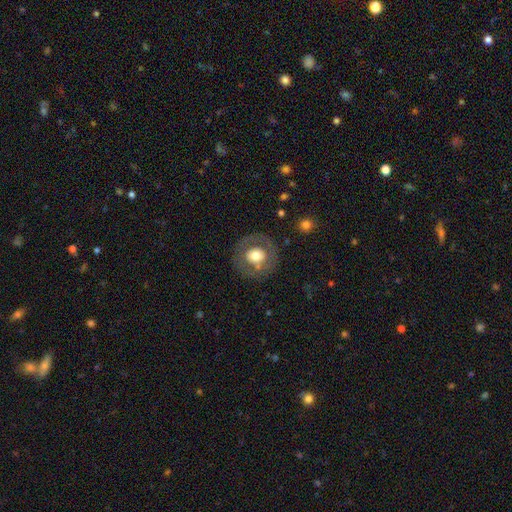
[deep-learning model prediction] smooth_or_featured: smooth (p=0.53) [alt: featured or disk p=0.39]
how_rounded: round (p=0.87) [alt: in between p=0.12]
merging: none (p=0.79) [alt: minor disturbance p=0.12]